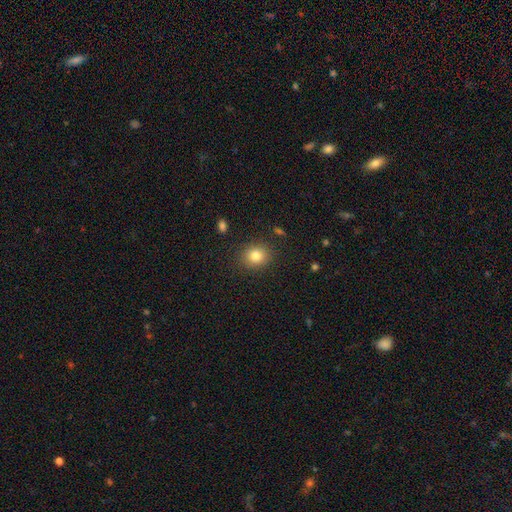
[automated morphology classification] Smooth or featured? smooth (82%)
How rounded? round (70%)
Merging? none (87%)